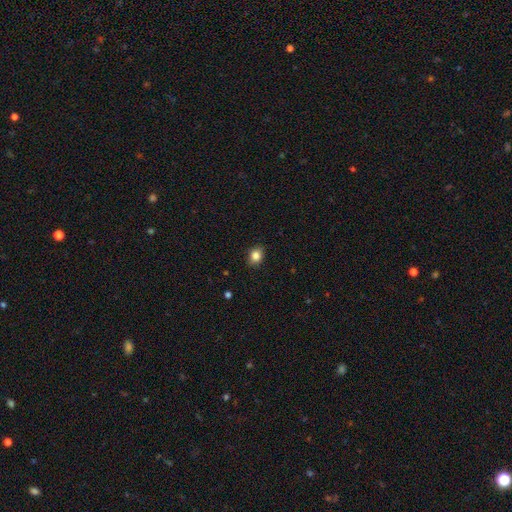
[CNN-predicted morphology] smooth_or_featured: smooth (p=0.84) [alt: star or artifact p=0.10]
how_rounded: round (p=0.50) [alt: in between p=0.49]
merging: none (p=0.88) [alt: minor disturbance p=0.09]